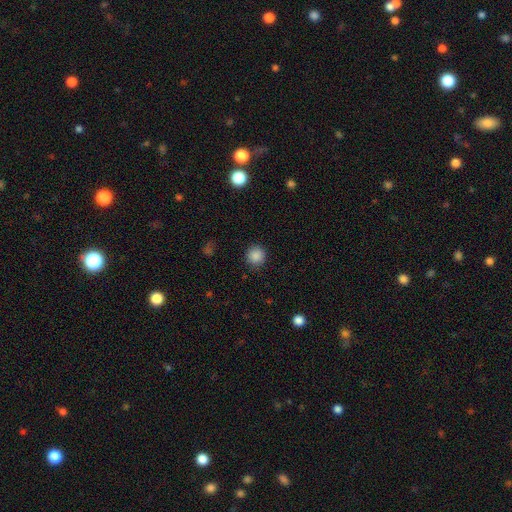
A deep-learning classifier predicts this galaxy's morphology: The model was most divided on "smooth or featured": smooth: 87%, star or artifact: 10%, featured or disk: 3%. More confident: how rounded — round (92%); merging — none (90%).